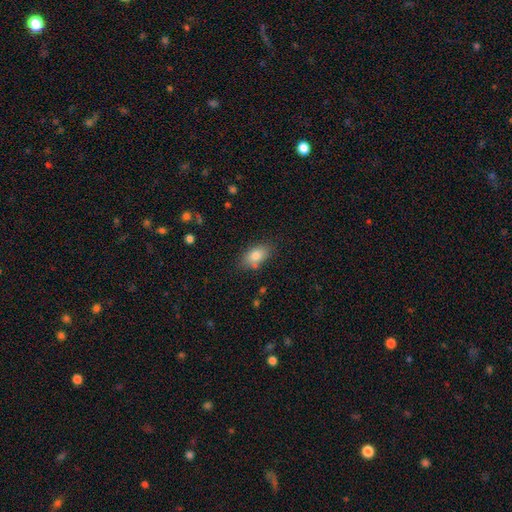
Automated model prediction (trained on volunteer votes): The model was most divided on "merging": none: 77%, minor disturbance: 15%, merger: 5%, major disturbance: 4%. More confident: how rounded — in between (89%); smooth or featured — smooth (81%).